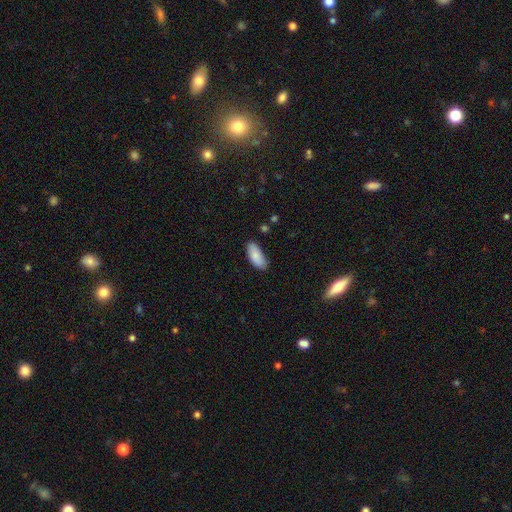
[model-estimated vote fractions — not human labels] A smooth galaxy with no disk features (87%) that is in between round and cigar-shaped (87%). Merging: none (79%).